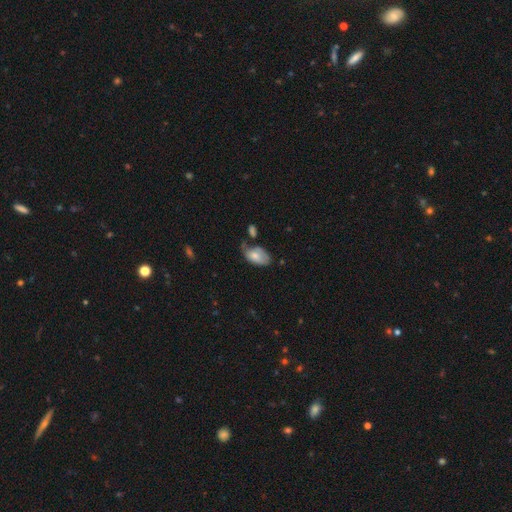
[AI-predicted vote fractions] The model was most divided on "merging" (2-way tie): none: 34%, minor disturbance: 34%, major disturbance: 18%, merger: 14%. More confident: how rounded — in between (93%); smooth or featured — smooth (71%).